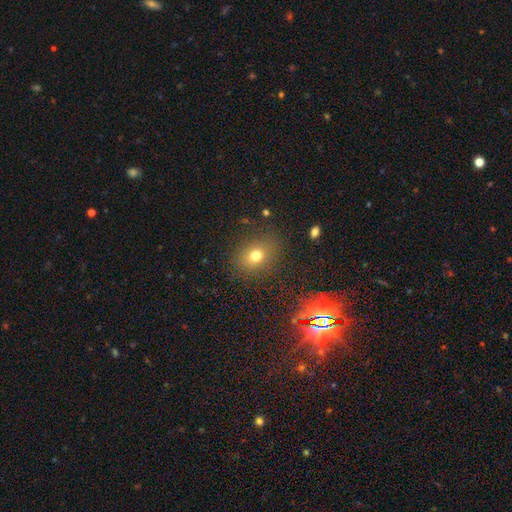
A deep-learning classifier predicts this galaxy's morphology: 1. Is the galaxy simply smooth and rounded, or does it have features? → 72% smooth, 18% star or artifact, 10% featured or disk.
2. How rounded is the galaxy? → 53% round, 46% in between, 1% cigar-shaped.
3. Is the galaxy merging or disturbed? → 83% none, 11% minor disturbance, 5% major disturbance, 2% merger.